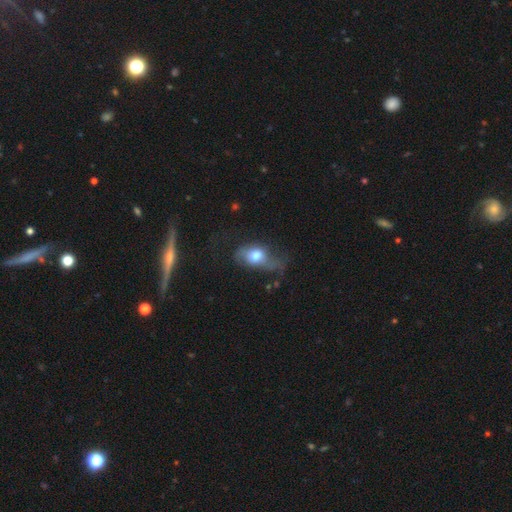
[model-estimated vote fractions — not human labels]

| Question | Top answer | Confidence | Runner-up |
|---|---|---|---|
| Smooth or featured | smooth | 64% | featured or disk (27%) |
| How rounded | in between | 78% | round (19%) |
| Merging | major disturbance | 40% | minor disturbance (30%) |